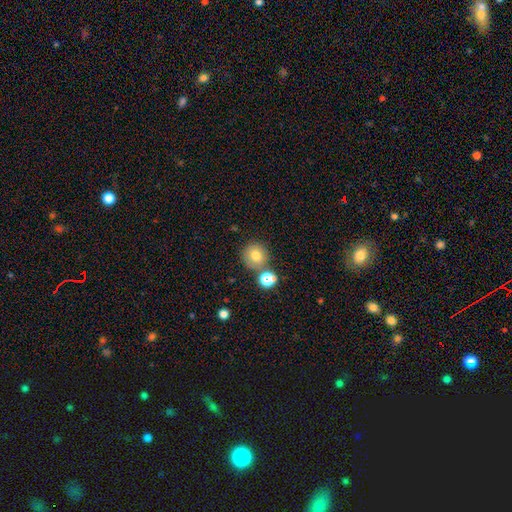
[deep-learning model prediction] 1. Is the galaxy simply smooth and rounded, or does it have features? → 76% smooth, 14% star or artifact, 10% featured or disk.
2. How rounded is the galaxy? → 92% round, 7% in between, 1% cigar-shaped.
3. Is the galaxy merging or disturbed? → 71% none, 16% merger, 10% minor disturbance, 3% major disturbance.